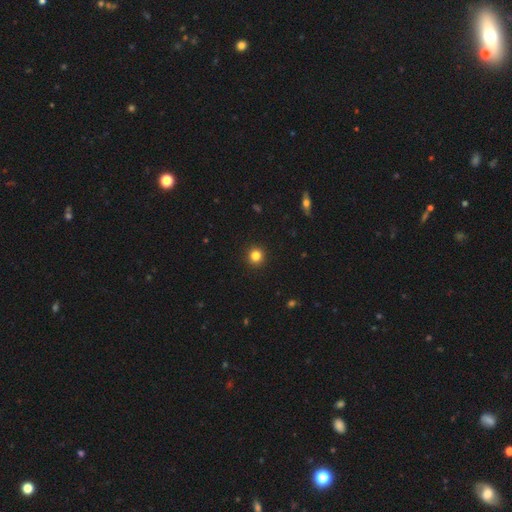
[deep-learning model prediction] Smooth or featured: smooth — 83% (star or artifact — 12%)
How rounded: round — 94% (in between — 6%)
Merging: none — 93% (minor disturbance — 4%)